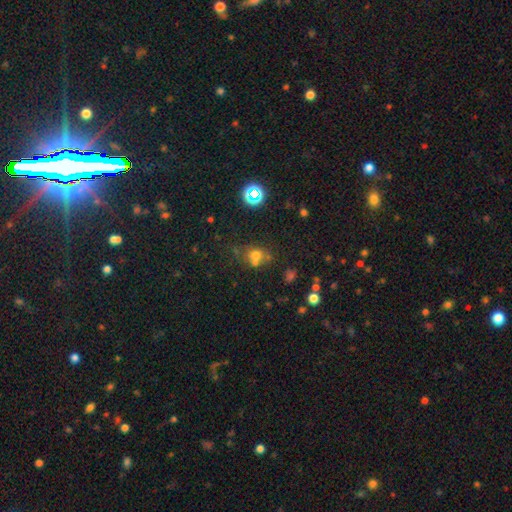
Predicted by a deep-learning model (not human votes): Smooth or featured? smooth (62%)
How rounded? round (71%)
Merging? none (49%)